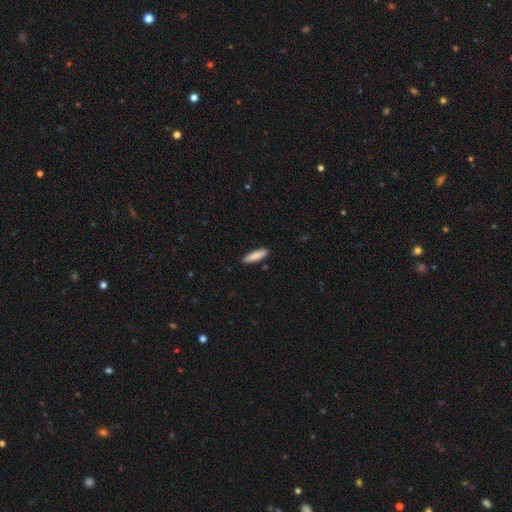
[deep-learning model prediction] Smooth or featured? smooth (86%)
How rounded? cigar-shaped (68%)
Merging? none (89%)